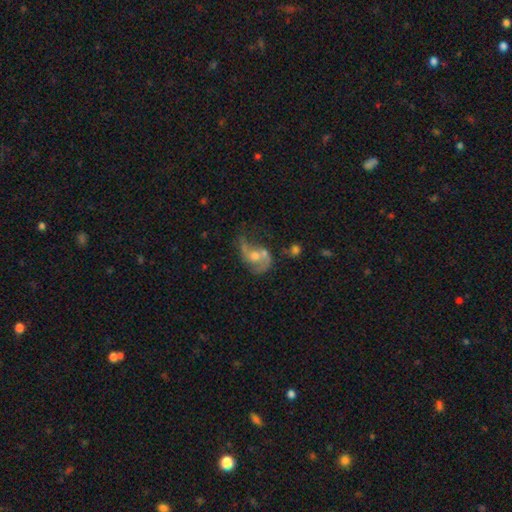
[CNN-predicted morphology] This is likely a featured or disk galaxy (75%). It is clearly not viewed edge-on (97%). Bar: likely no (62%). Spiral arm pattern: clearly yes (85%). Spiral arm count: likely 2 (78%). Spiral winding: likely loose (61%). Central bulge: possibly moderate (57%). Merging: marginally none (40%).